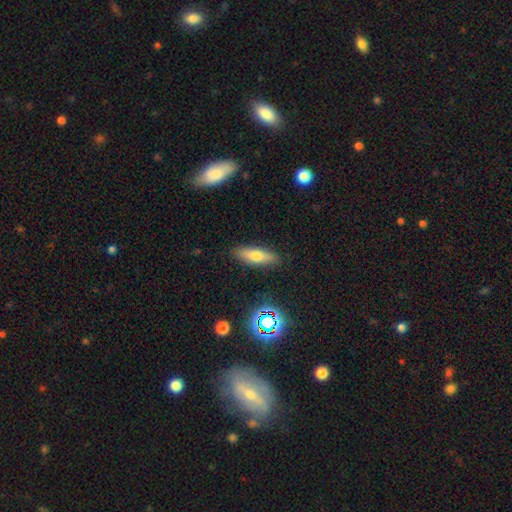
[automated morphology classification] smooth-or-featured: smooth: 66% | featured or disk: 25% | star or artifact: 9%
  how-rounded: in between: 51% | cigar-shaped: 46% | round: 3%
  merging: none: 87% | minor disturbance: 9% | major disturbance: 2% | merger: 2%